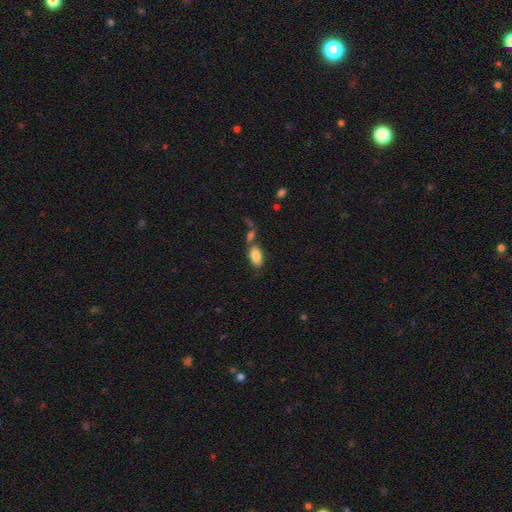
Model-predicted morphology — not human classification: Q: Smooth or featured?
A: smooth (84%); runner-up: featured or disk (9%)
Q: How rounded?
A: in between (93%); runner-up: round (4%)
Q: Merging?
A: none (60%); runner-up: merger (23%)